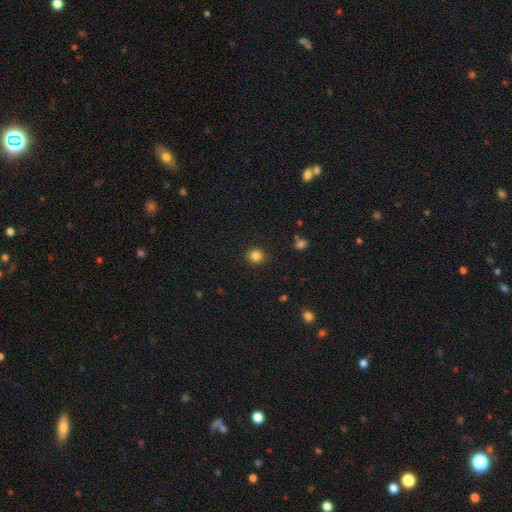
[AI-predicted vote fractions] smooth_or_featured: smooth (p=0.84) [alt: star or artifact p=0.11]
how_rounded: round (p=0.85) [alt: in between p=0.14]
merging: none (p=0.89) [alt: minor disturbance p=0.07]